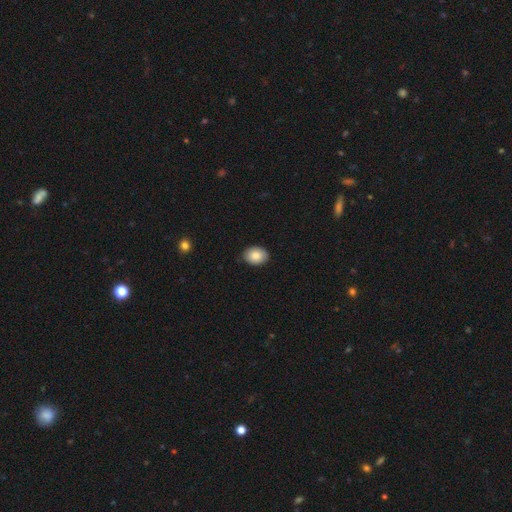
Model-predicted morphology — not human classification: This appears to be a smooth galaxy with no disk features (84%) that is in between round and cigar-shaped (63%). Merging: none (87%).